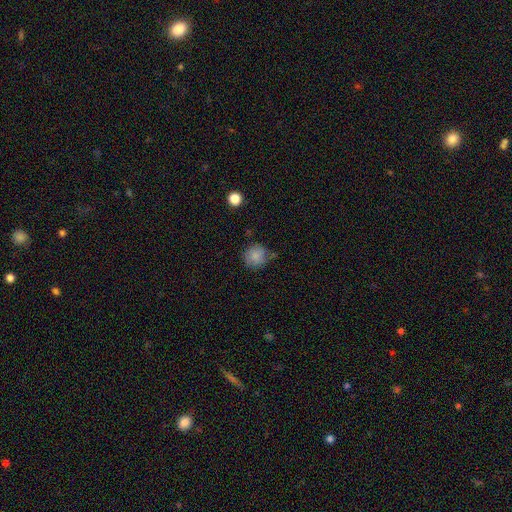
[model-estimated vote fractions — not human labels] Smooth or featured? smooth (82%)
How rounded? round (86%)
Merging? none (65%)